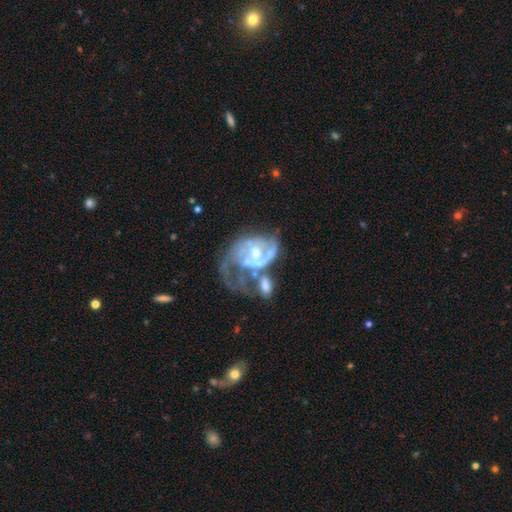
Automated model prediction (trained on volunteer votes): Smooth or featured? Predicted: featured or disk (p=0.80). Edge-on disk? Predicted: no (p=0.97). Bar? Predicted: no (p=0.70). Spiral arms? Predicted: yes (p=0.70). Spiral winding? Predicted: medium (p=0.37). Spiral arm count? Predicted: 2 (p=0.35). Bulge size? Predicted: moderate (p=0.62). Merging? Predicted: major disturbance (p=0.37).